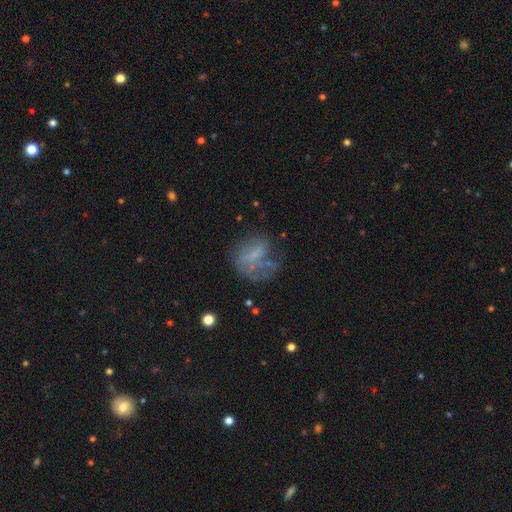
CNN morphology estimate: smooth_or_featured: smooth (p=0.44) [alt: featured or disk p=0.40]
merging: none (p=0.42) [alt: major disturbance p=0.31]